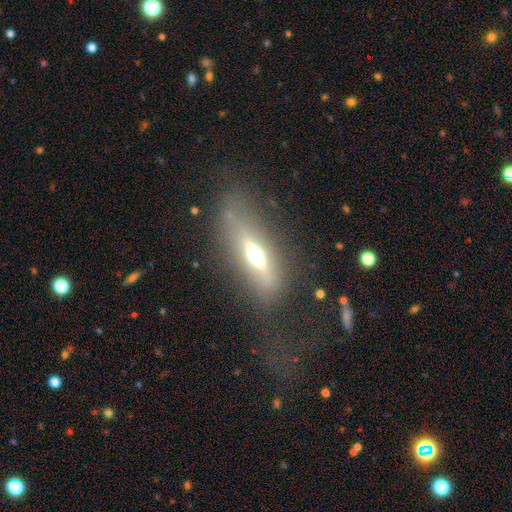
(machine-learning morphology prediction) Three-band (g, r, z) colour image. It shows a featured or disk galaxy (58%) viewed edge-on (78%). Merging: none (72%).